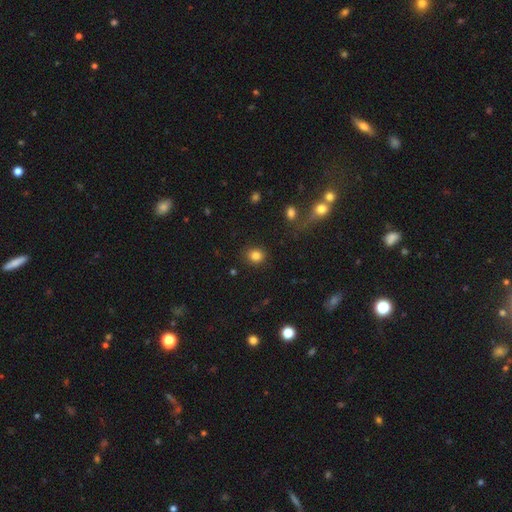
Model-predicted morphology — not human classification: type=smooth (84%); roundness=round (74%); merging=none (88%).